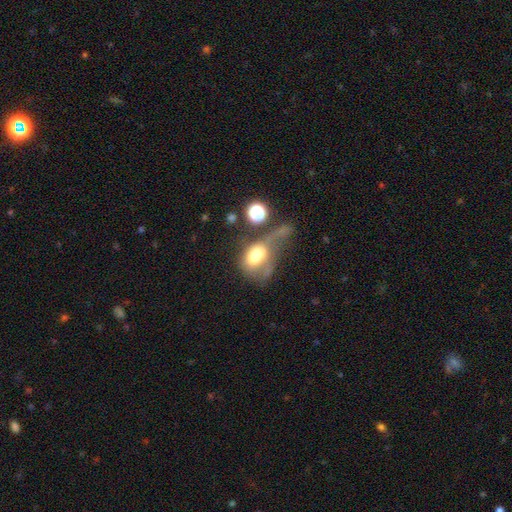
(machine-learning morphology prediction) This appears to be a smooth galaxy with no disk features (60%) that is in between round and cigar-shaped (76%). Merging: major disturbance (47%).